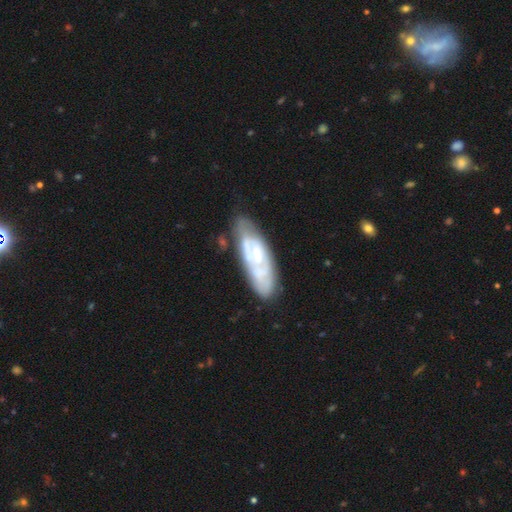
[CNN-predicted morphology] Smooth or featured?
  - featured or disk: 67% *
  - smooth: 26%
  - star or artifact: 6%
Edge-on disk?
  - no: 85% *
  - yes: 15%
Bar?
  - no: 60% *
  - weak: 30%
  - strong: 10%
Spiral arms?
  - yes: 61% *
  - no: 39%
Bulge size?
  - small: 44% *
  - moderate: 36%
  - none: 13%
  - large: 6%
  - dominant: 1%
Merging?
  - none: 59% *
  - minor disturbance: 26%
  - major disturbance: 11%
  - merger: 5%